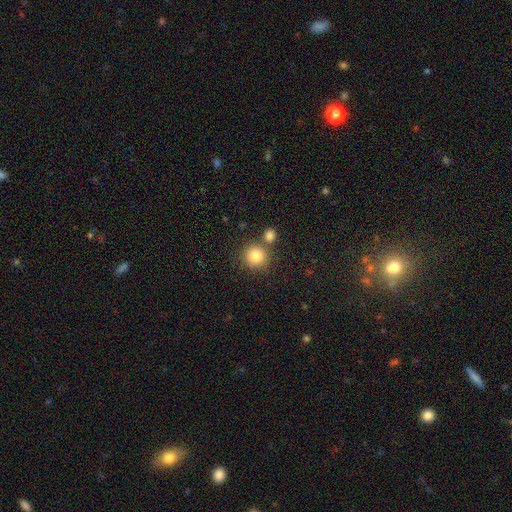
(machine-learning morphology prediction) This appears to be a smooth galaxy with no disk features (82%) that is round (92%). Merging: none (71%).